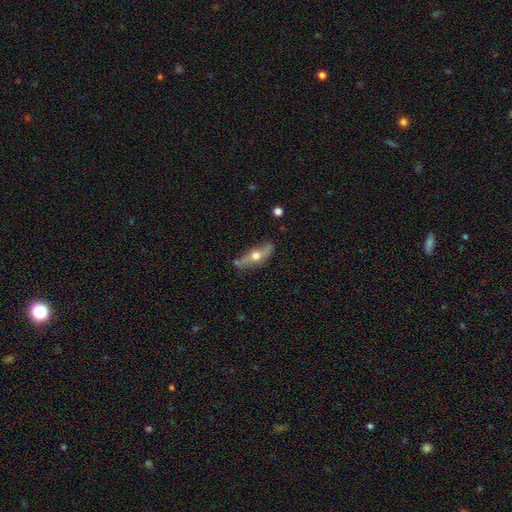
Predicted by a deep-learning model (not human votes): Smooth or featured: featured or disk — 60% (smooth — 34%)
Edge-on disk: yes — 69% (no — 31%)
Merging: none — 76% (minor disturbance — 17%)